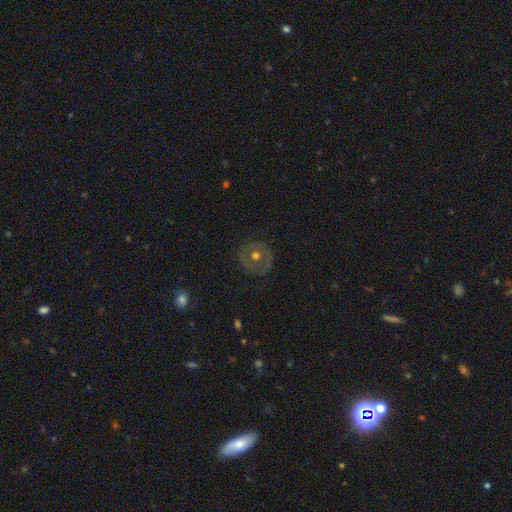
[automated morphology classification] Overall: featured or disk (51%; smooth 40%). Edge-on disk: no (96%). Merging: none (83%).